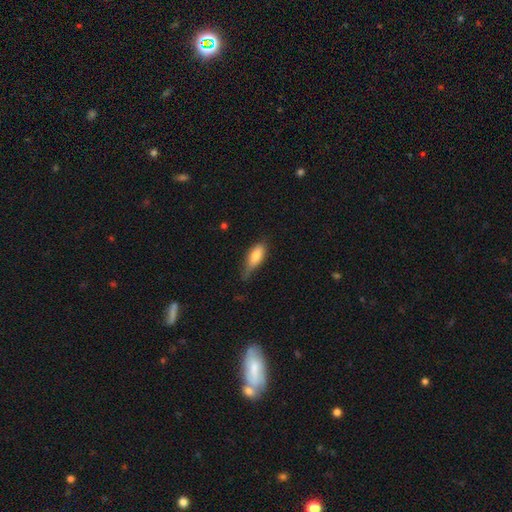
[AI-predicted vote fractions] smooth 79%, featured or disk 14%, star or artifact 7%. Down the decision tree: how rounded — in between (77%); merging — none (42%, tied with minor disturbance).